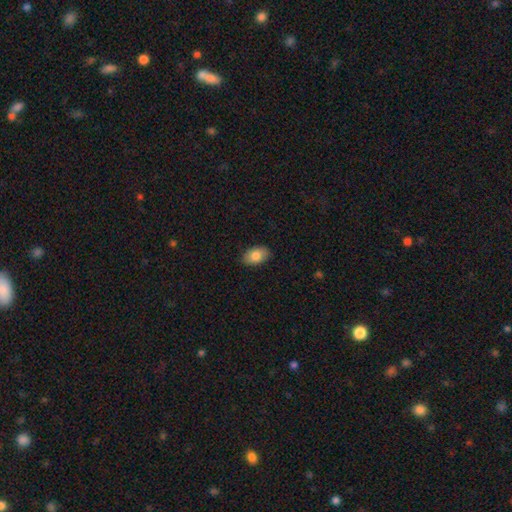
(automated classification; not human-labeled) Smooth or featured?
  - smooth: 82% *
  - featured or disk: 11%
  - star or artifact: 7%
How rounded?
  - in between: 91% *
  - round: 8%
  - cigar-shaped: 1%
Merging?
  - none: 88% *
  - minor disturbance: 9%
  - major disturbance: 2%
  - merger: 1%